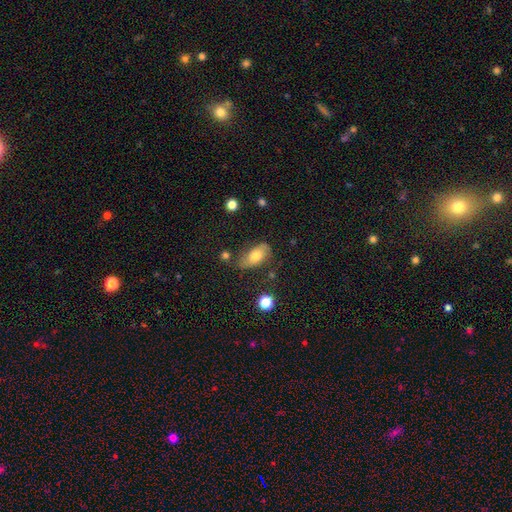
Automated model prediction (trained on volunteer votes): smooth-or-featured: smooth: 66% | featured or disk: 26% | star or artifact: 8%
  how-rounded: in between: 88% | cigar-shaped: 6% | round: 6%
  merging: none: 65% | minor disturbance: 24% | major disturbance: 7% | merger: 4%